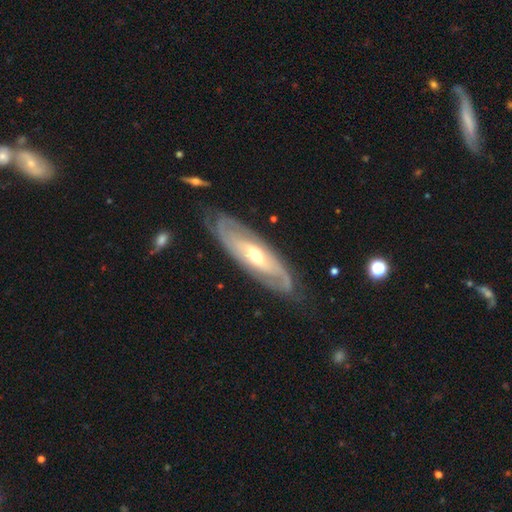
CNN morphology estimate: Smooth or featured? Predicted: featured or disk (p=0.79). Edge-on disk? Predicted: no (p=0.82). Bar? Predicted: no (p=0.54). Spiral arms? Predicted: yes (p=0.84). Spiral winding? Predicted: tight (p=0.54). Spiral arm count? Predicted: 2 (p=0.54). Bulge size? Predicted: moderate (p=0.63). Merging? Predicted: none (p=0.77).